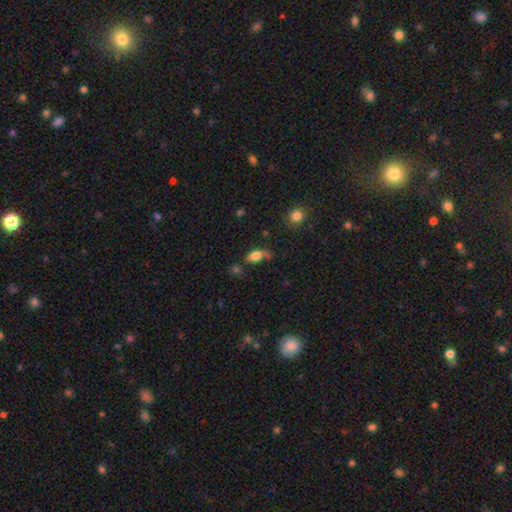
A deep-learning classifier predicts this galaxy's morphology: smooth_or_featured: smooth (p=0.79) [alt: featured or disk p=0.13]
how_rounded: in between (p=0.87) [alt: cigar-shaped p=0.07]
merging: none (p=0.53) [alt: minor disturbance p=0.29]